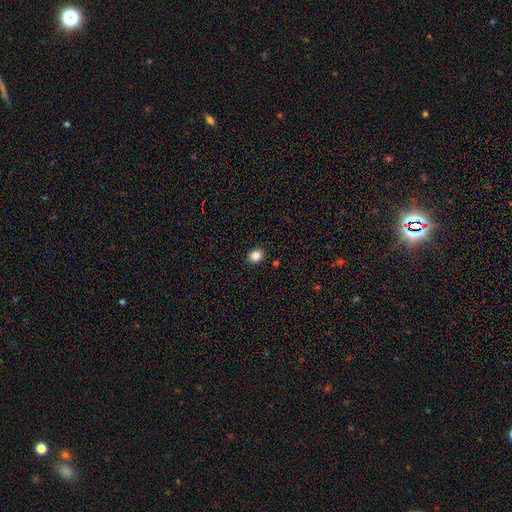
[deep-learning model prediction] Q: Smooth or featured?
A: smooth (86%); runner-up: star or artifact (11%)
Q: How rounded?
A: round (64%); runner-up: in between (35%)
Q: Merging?
A: none (90%); runner-up: minor disturbance (7%)